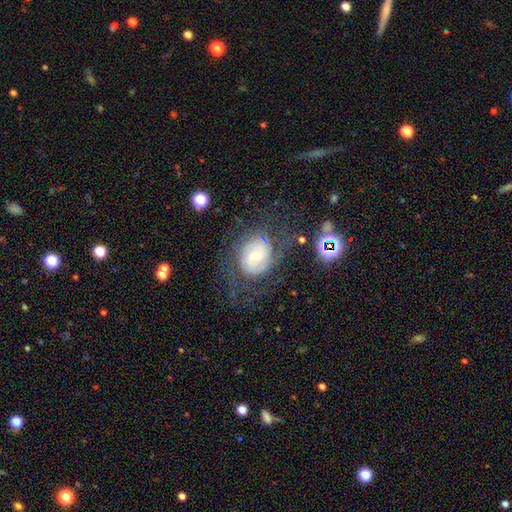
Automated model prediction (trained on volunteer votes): Smooth or featured: featured or disk — 74% (smooth — 18%)
Edge-on disk: no — 97% (yes — 3%)
Bar: weak — 46% (no — 43%)
Spiral arms: yes — 90% (no — 10%)
Spiral winding: tight — 49% (medium — 36%)
Spiral arm count: 2 — 56% (can't tell — 27%)
Bulge size: moderate — 54% (small — 37%)
Merging: none — 56% (major disturbance — 21%)